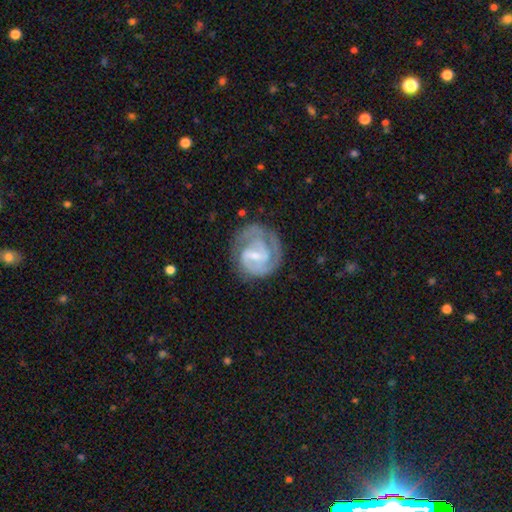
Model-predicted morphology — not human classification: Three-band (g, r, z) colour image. It shows a featured or disk galaxy (79%) with a weak bar (56%), 2 (55%) tight (52%) spiral arms (92%) and a small central bulge (56%). Merging: none (61%).